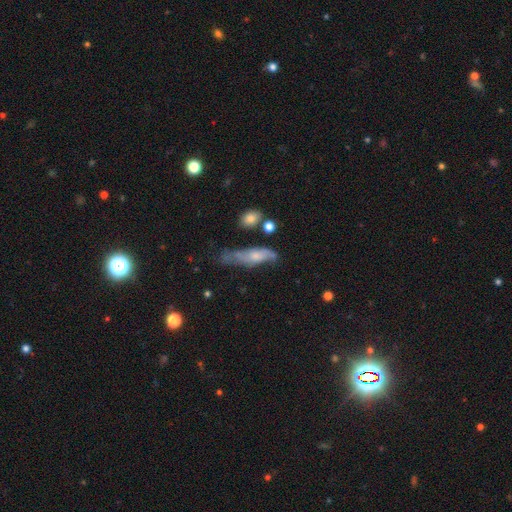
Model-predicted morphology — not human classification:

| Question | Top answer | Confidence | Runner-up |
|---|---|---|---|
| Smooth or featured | smooth | 49% | featured or disk (43%) |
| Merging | none | 40% | minor disturbance (33%) |